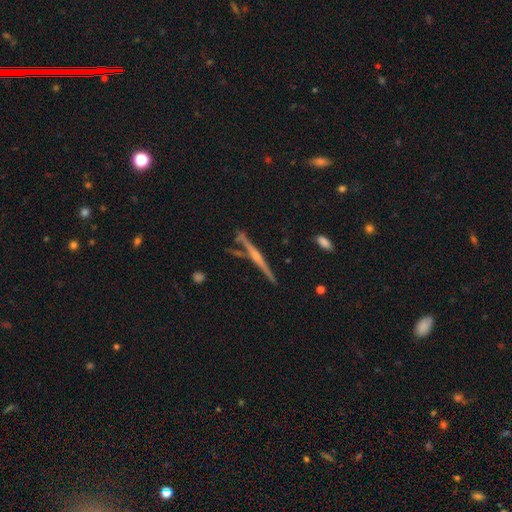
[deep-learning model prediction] Smooth or featured? featured or disk (76%)
Edge-on disk? yes (98%)
Edge-on bulge? rounded (66%)
Merging? none (81%)